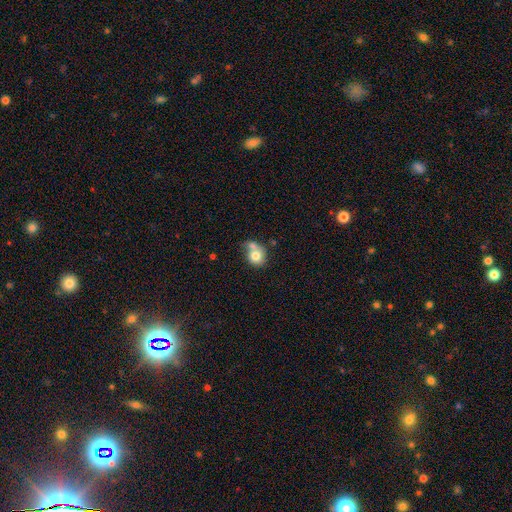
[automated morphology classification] type=smooth (75%); roundness=round (71%); merging=merger (43%).